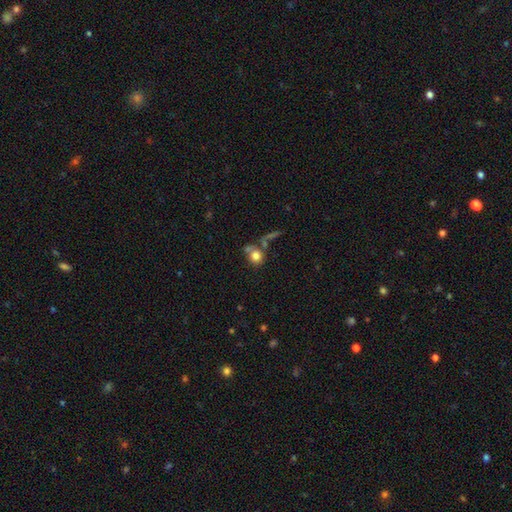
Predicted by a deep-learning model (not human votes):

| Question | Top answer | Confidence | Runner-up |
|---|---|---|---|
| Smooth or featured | smooth | 77% | featured or disk (12%) |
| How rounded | round | 75% | in between (23%) |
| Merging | none | 49% | merger (26%) |